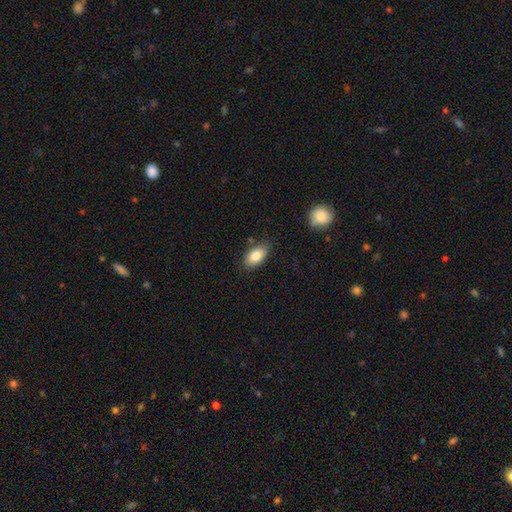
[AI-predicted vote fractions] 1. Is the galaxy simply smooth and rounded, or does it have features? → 82% smooth, 10% featured or disk, 8% star or artifact.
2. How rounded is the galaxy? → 91% in between, 6% round, 3% cigar-shaped.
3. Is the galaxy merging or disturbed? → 80% none, 14% minor disturbance, 3% major disturbance, 3% merger.